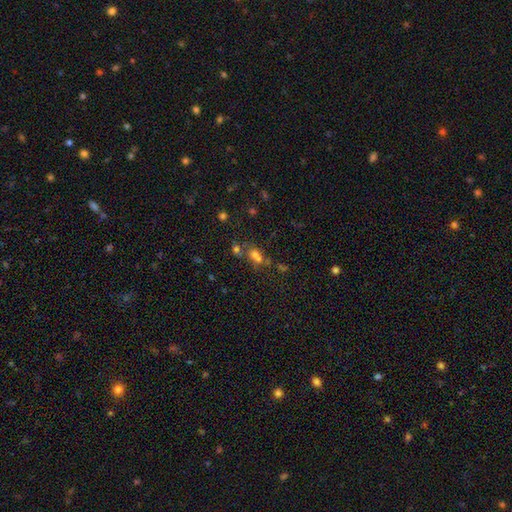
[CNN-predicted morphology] smooth-or-featured: smooth: 55% | star or artifact: 29% | featured or disk: 16%
  how-rounded: in between: 52% | round: 43% | cigar-shaped: 4%
  merging: merger: 43% | none: 39% | minor disturbance: 10% | major disturbance: 7%